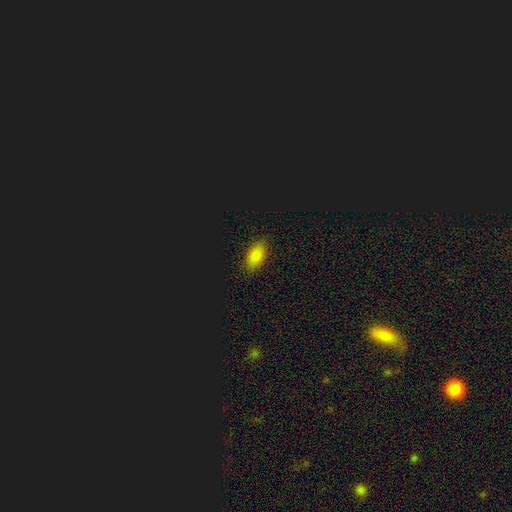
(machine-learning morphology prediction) Smooth or featured?
  - smooth: 80% *
  - star or artifact: 14%
  - featured or disk: 6%
How rounded?
  - in between: 92% *
  - round: 5%
  - cigar-shaped: 3%
Merging?
  - none: 86% *
  - minor disturbance: 10%
  - major disturbance: 2%
  - merger: 1%